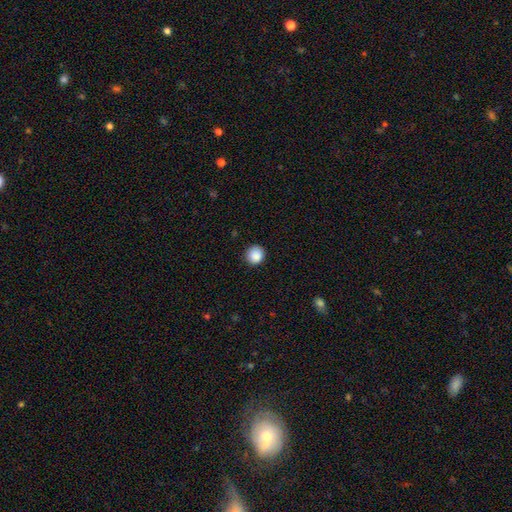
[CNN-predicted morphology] Smooth or featured? smooth (88%)
How rounded? round (90%)
Merging? none (88%)